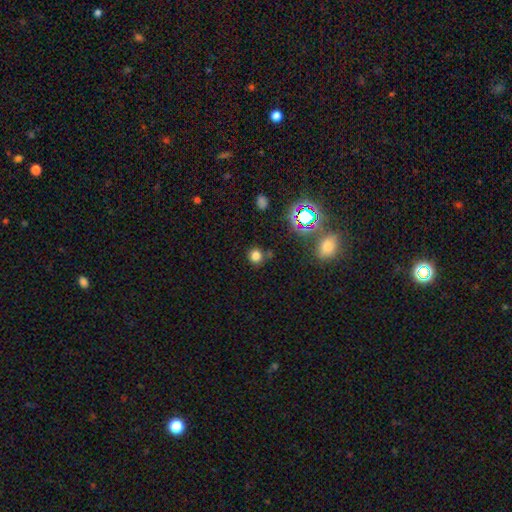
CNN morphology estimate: Q: Smooth or featured?
A: smooth (74%); runner-up: star or artifact (21%)
Q: How rounded?
A: round (89%); runner-up: in between (10%)
Q: Merging?
A: none (81%); runner-up: minor disturbance (9%)